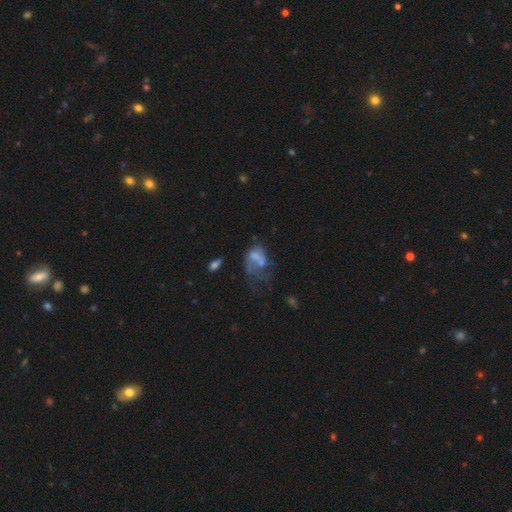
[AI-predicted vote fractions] Smooth or featured: featured or disk — 52% (smooth — 30%)
Edge-on disk: no — 97% (yes — 3%)
Bar: no — 82% (weak — 15%)
Spiral arms: no — 68% (yes — 32%)
Bulge size: none — 43% (small — 28%)
Merging: major disturbance — 38% (merger — 28%)